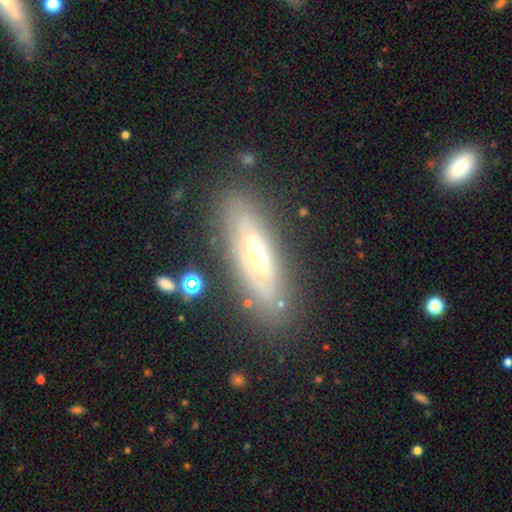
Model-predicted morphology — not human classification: This appears to be a featured or disk galaxy (58%). Merging: none (81%).